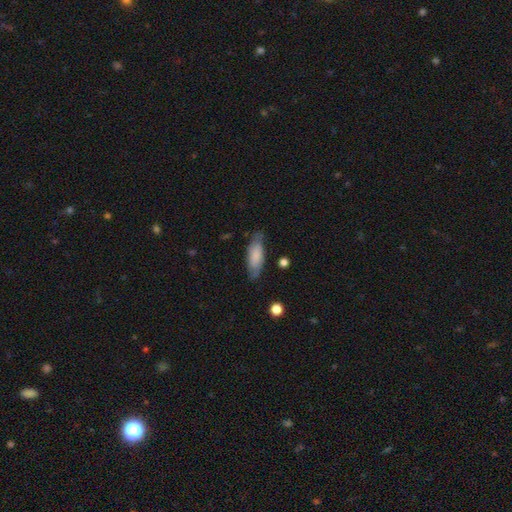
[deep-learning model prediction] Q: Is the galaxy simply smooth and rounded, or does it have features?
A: smooth — 76%.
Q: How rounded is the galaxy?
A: in between — 68%.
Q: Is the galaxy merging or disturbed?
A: none — 72%.